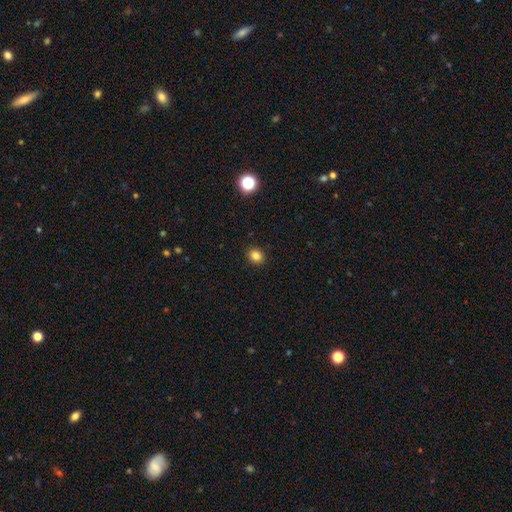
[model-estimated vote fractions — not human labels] Smooth or featured? Predicted: smooth (p=0.84). How rounded? Predicted: round (p=0.65). Merging? Predicted: none (p=0.91).